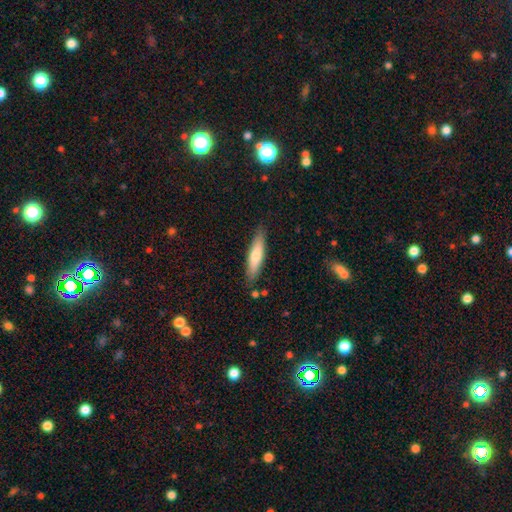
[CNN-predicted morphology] smooth_or_featured: smooth (p=0.67) [alt: featured or disk p=0.28]
how_rounded: cigar-shaped (p=0.79) [alt: in between p=0.20]
merging: none (p=0.85) [alt: minor disturbance p=0.11]